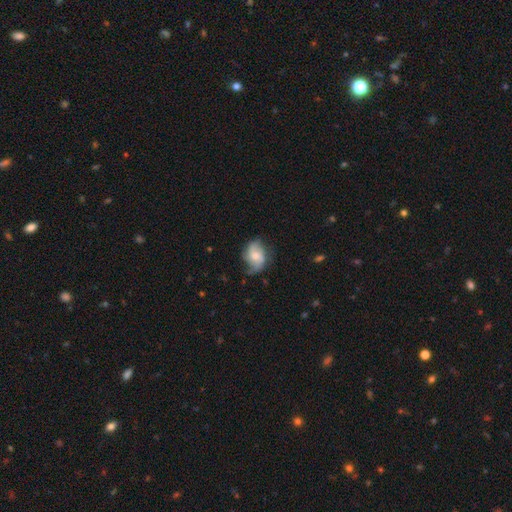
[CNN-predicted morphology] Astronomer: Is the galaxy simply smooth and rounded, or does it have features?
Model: featured or disk — 55% (runner-up: smooth, 38%).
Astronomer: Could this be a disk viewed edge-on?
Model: no — 97%.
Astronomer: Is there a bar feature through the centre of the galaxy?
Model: no — 61%.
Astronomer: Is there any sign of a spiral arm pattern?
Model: yes — 84%.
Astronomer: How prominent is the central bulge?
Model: moderate — 50% (runner-up: small, 39%).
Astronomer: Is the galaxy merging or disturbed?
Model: none — 54% (runner-up: minor disturbance, 31%).